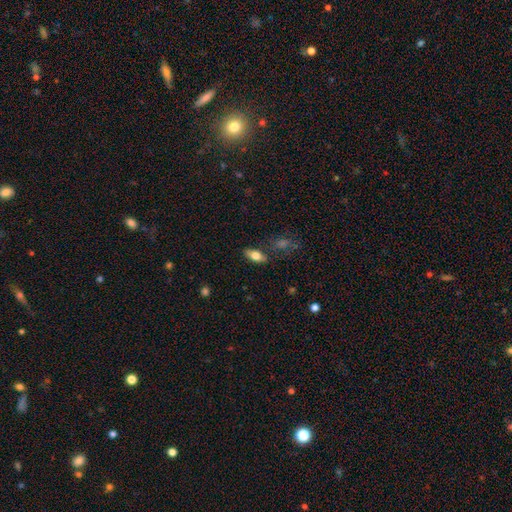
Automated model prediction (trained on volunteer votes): This appears to be a smooth galaxy with no disk features (74%) that is in between round and cigar-shaped (85%). Merging: none (82%).